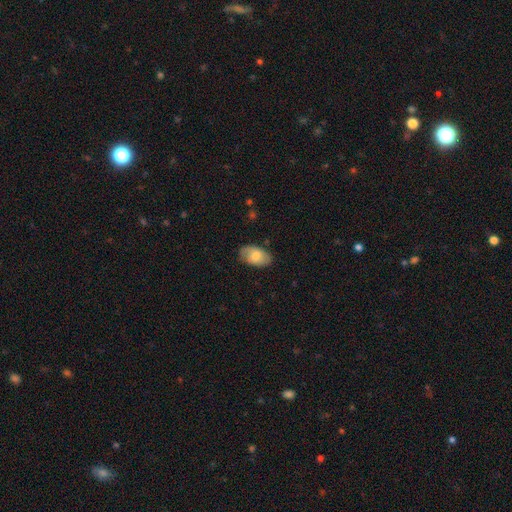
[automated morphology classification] smooth_or_featured: smooth (p=0.69) [alt: featured or disk p=0.24]
how_rounded: in between (p=0.93) [alt: round p=0.06]
merging: none (p=0.74) [alt: minor disturbance p=0.20]